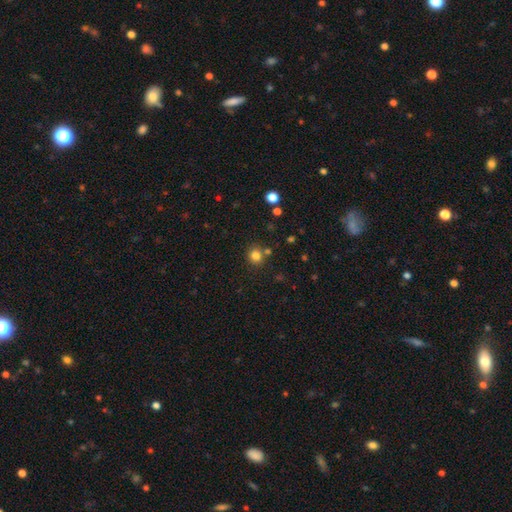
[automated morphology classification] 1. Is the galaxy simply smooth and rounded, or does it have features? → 81% smooth, 14% star or artifact, 5% featured or disk.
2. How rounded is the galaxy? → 85% round, 14% in between, 1% cigar-shaped.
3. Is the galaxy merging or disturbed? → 76% none, 11% merger, 9% minor disturbance, 3% major disturbance.